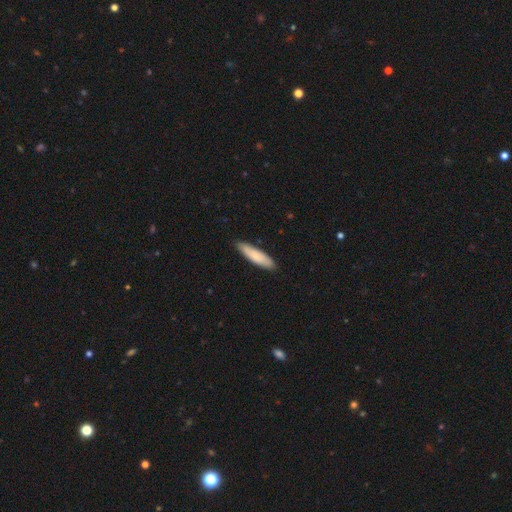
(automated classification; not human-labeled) smooth-or-featured: smooth: 81% | featured or disk: 14% | star or artifact: 5%
  how-rounded: cigar-shaped: 72% | in between: 26% | round: 1%
  merging: none: 85% | minor disturbance: 12% | major disturbance: 2% | merger: 1%